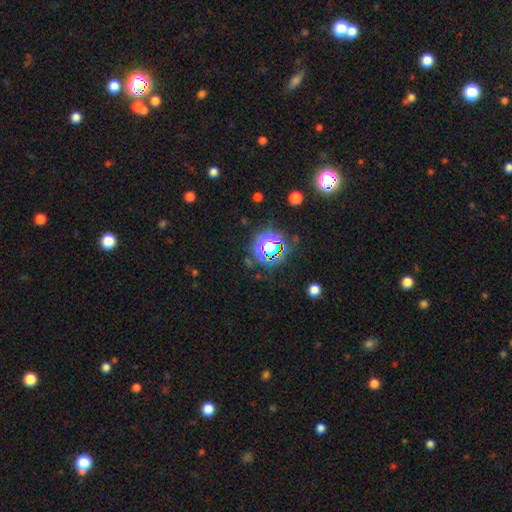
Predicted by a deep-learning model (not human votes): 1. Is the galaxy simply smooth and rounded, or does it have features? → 78% star or artifact, 14% smooth, 8% featured or disk.